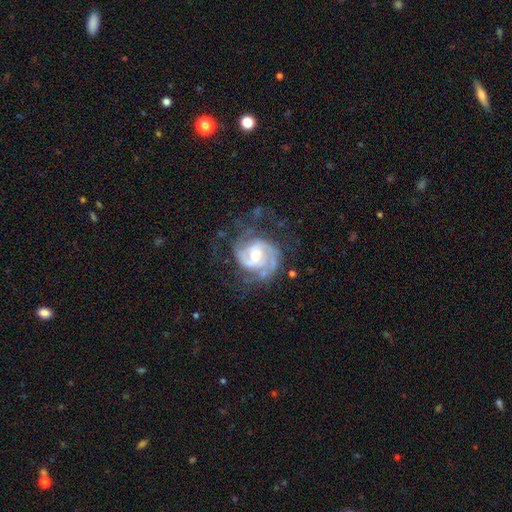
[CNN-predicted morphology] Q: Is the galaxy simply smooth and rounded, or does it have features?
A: featured or disk — 86%.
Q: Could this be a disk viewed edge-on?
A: no — 98%.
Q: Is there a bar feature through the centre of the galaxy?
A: no — 49%.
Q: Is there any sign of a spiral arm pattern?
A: yes — 94%.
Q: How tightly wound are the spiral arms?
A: tight — 45%.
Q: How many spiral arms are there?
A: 2 — 64%.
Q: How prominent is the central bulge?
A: moderate — 55%.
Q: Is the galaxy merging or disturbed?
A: none — 52%.